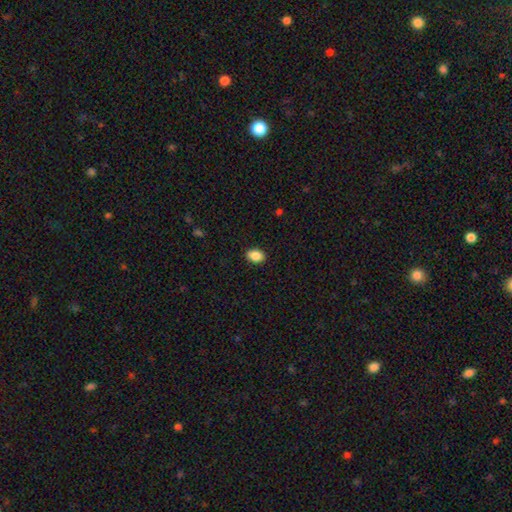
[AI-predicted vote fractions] The model was most divided on "how rounded": in between: 79%, round: 20%, cigar-shaped: 1%. More confident: merging — none (89%); smooth or featured — smooth (88%).